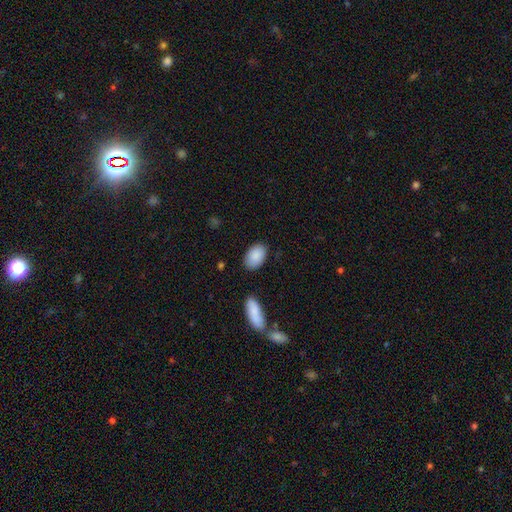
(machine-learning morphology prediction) This appears to be a smooth galaxy with no disk features (89%) that is in between round and cigar-shaped (91%). Merging: none (83%).